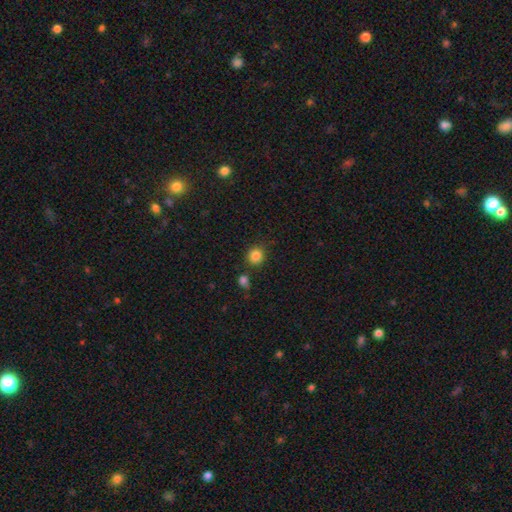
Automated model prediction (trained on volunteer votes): Q: Smooth or featured?
A: smooth (85%); runner-up: star or artifact (11%)
Q: How rounded?
A: round (86%); runner-up: in between (13%)
Q: Merging?
A: none (80%); runner-up: minor disturbance (10%)